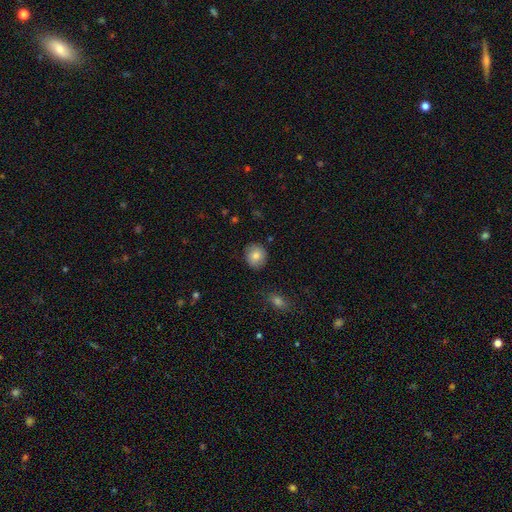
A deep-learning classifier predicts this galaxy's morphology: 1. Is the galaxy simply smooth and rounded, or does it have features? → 83% smooth, 9% featured or disk, 8% star or artifact.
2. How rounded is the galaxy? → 83% round, 16% in between, 1% cigar-shaped.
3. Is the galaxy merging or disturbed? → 86% none, 10% minor disturbance, 2% major disturbance, 2% merger.